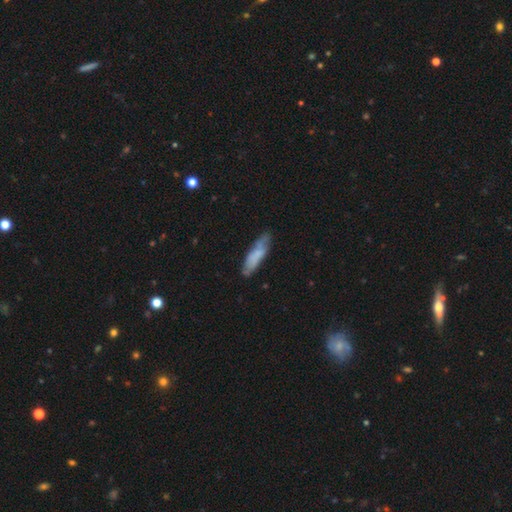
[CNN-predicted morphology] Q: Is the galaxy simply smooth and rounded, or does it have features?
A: smooth — 63%.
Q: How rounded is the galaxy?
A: cigar-shaped — 59%.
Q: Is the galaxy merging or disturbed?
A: none — 65%.